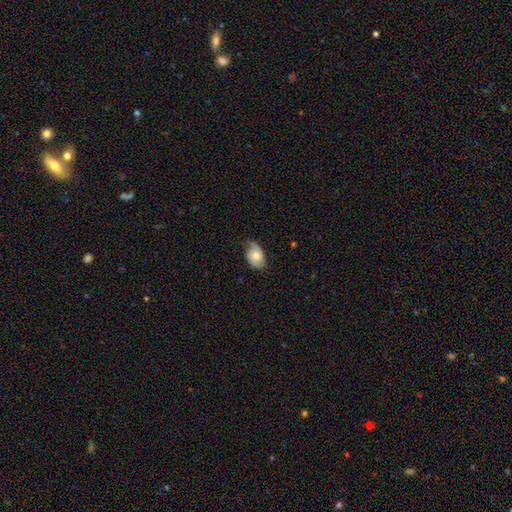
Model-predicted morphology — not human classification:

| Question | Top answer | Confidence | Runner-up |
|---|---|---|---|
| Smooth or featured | smooth | 57% | featured or disk (36%) |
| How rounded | in between | 84% | round (14%) |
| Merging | none | 60% | minor disturbance (30%) |